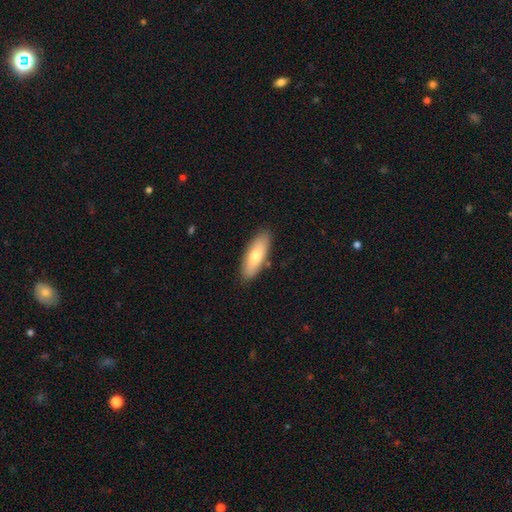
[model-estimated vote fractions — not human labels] A smooth galaxy with no disk features (73%) that is in between round and cigar-shaped (68%). Merging: none (85%).